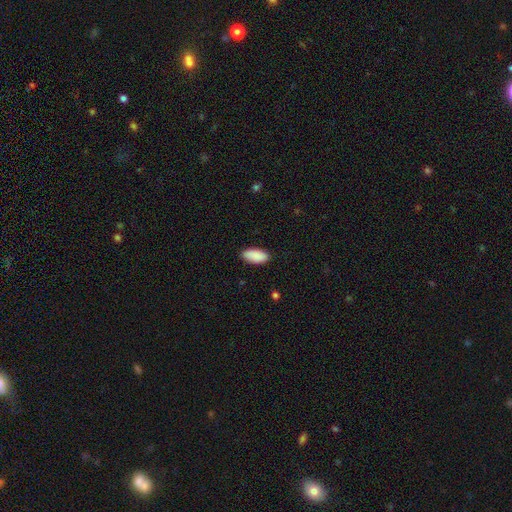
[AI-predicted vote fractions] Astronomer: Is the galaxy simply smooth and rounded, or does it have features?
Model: smooth — 91%.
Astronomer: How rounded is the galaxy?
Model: in between — 93%.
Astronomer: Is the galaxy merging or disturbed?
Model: none — 86%.